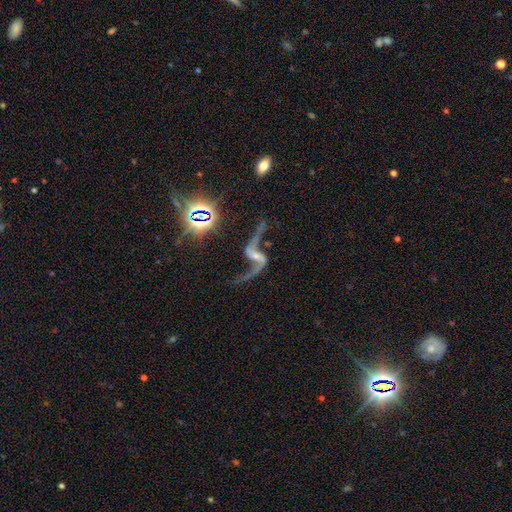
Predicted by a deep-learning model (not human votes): This is clearly a featured or disk galaxy (87%). It is clearly not viewed edge-on (95%). Bar: marginally weak (36%). Spiral arm pattern: clearly yes (97%). Spiral arm count: clearly 2 (93%). Spiral winding: clearly loose (92%). Central bulge: possibly small (56%). Merging: likely none (66%).